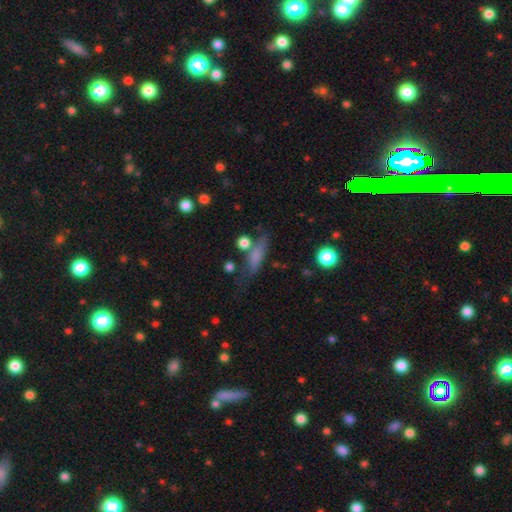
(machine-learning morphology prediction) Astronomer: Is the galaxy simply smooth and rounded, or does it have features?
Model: smooth — 67%.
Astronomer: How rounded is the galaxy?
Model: cigar-shaped — 52% (runner-up: in between, 40%).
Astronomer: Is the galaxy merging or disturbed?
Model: none — 58%.